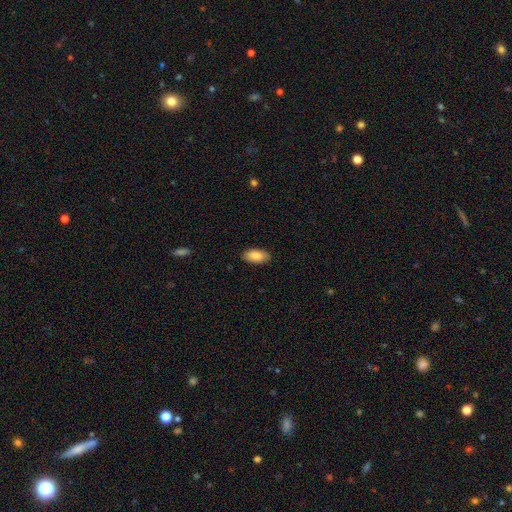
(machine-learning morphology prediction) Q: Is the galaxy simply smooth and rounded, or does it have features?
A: smooth — 86%.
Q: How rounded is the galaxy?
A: in between — 93%.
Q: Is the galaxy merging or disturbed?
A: none — 88%.